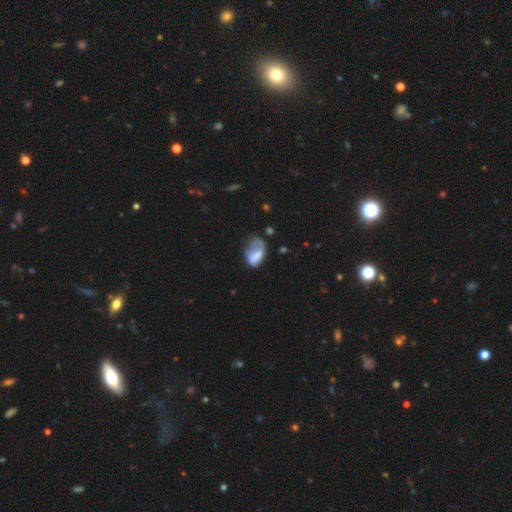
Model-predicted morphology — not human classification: A smooth galaxy with no disk features (60%) that is in between round and cigar-shaped (84%). Merging: major disturbance (35%).